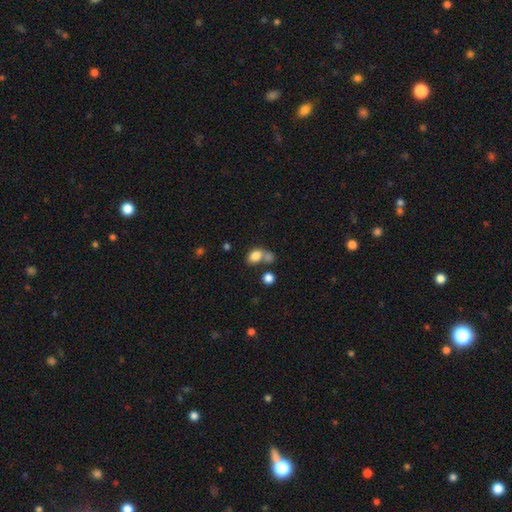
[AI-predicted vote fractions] A smooth galaxy with no disk features (81%) that is in between round and cigar-shaped (70%).

Vote fractions:
- Smooth or featured? smooth: 81% / star or artifact: 10% / featured or disk: 9%
- How rounded? in between: 70% / round: 29% / cigar-shaped: 1%
- Merging? none: 44% / merger: 39% / minor disturbance: 12% / major disturbance: 6%